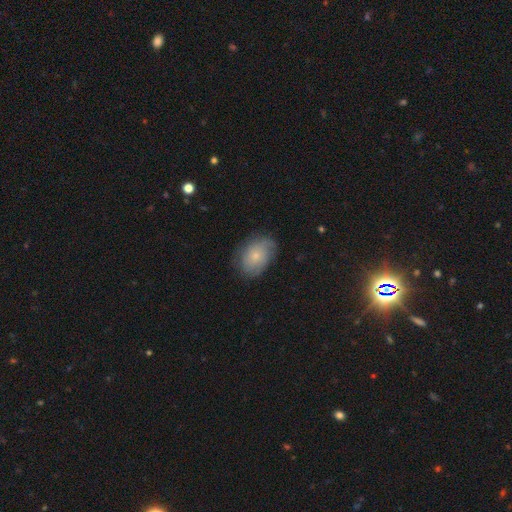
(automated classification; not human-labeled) This appears to be a smooth galaxy with no disk features (59%) that is in between round and cigar-shaped (79%). Merging: none (71%).